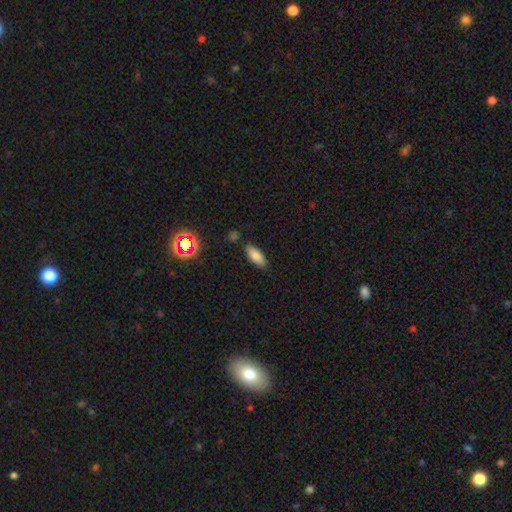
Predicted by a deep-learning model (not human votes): smooth 82%, star or artifact 9%, featured or disk 8%. Down the decision tree: how rounded — in between (78%); merging — none (82%).